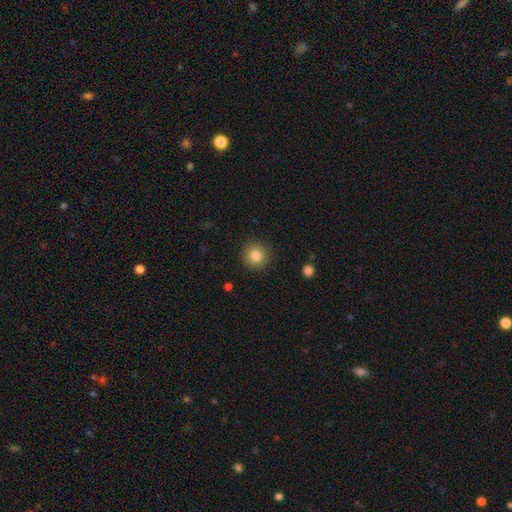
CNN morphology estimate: Smooth or featured?
  - smooth: 82% *
  - star or artifact: 10%
  - featured or disk: 8%
How rounded?
  - round: 95% *
  - in between: 5%
  - cigar-shaped: 1%
Merging?
  - none: 90% *
  - minor disturbance: 7%
  - major disturbance: 2%
  - merger: 1%